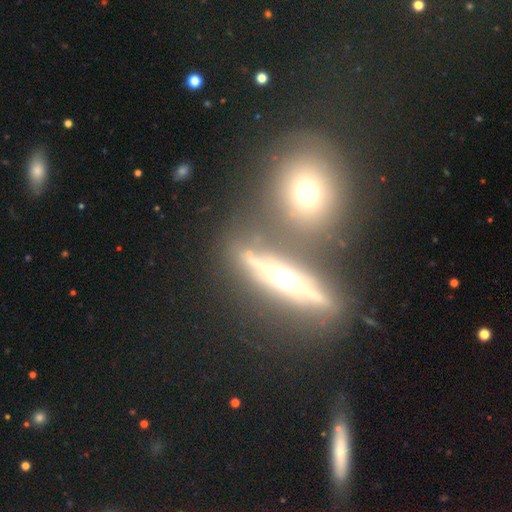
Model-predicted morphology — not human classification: featured or disk 69%, smooth 21%, star or artifact 10%. Down the decision tree: edge-on disk — yes (85%); edge-on bulge — rounded (90%); merging — none (67%).